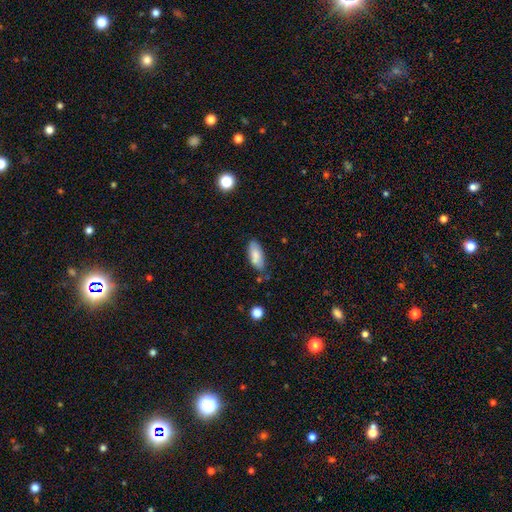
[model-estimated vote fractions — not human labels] Morphology: type=smooth (81%); roundness=in between (85%); merging=none (68%).